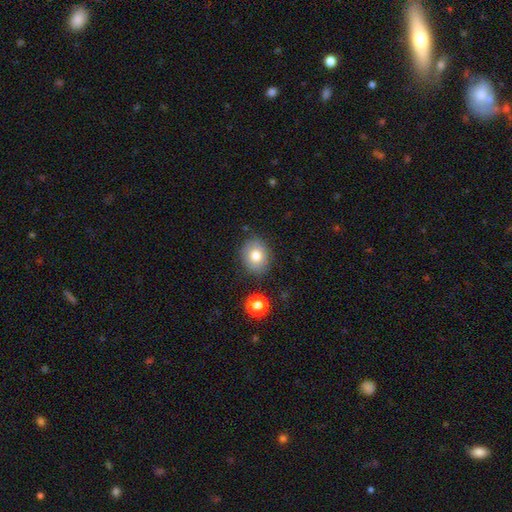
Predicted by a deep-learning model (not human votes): Smooth or featured: smooth — 78% (featured or disk — 12%)
How rounded: round — 59% (in between — 41%)
Merging: none — 83% (minor disturbance — 11%)